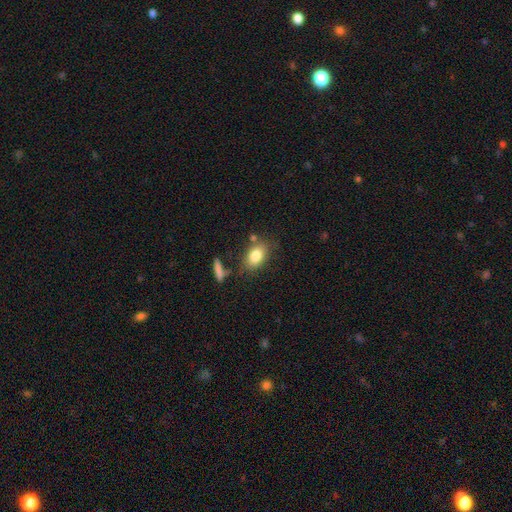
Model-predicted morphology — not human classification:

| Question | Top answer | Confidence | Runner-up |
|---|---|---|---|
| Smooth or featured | smooth | 82% | featured or disk (10%) |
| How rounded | in between | 84% | round (13%) |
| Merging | none | 70% | minor disturbance (16%) |